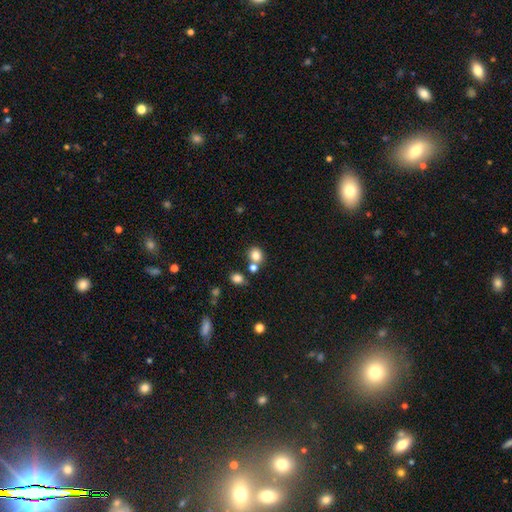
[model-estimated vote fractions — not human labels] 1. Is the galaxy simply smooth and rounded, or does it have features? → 81% smooth, 12% star or artifact, 7% featured or disk.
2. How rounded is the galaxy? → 71% round, 28% in between, 1% cigar-shaped.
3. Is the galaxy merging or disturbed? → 62% none, 23% merger, 11% minor disturbance, 4% major disturbance.